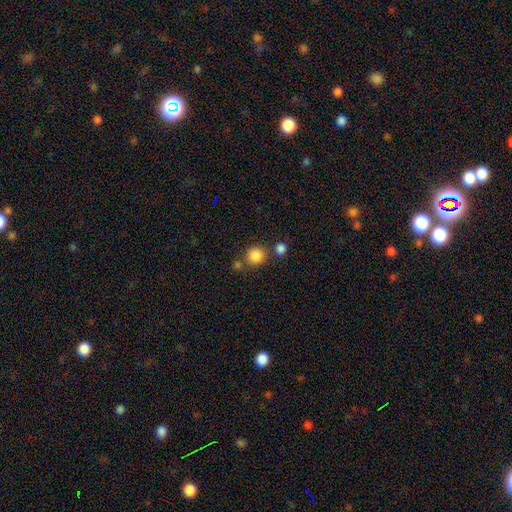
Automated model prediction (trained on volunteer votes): The model was most divided on "merging": none: 71%, merger: 15%, minor disturbance: 9%, major disturbance: 4%. More confident: how rounded — round (89%); smooth or featured — smooth (86%).